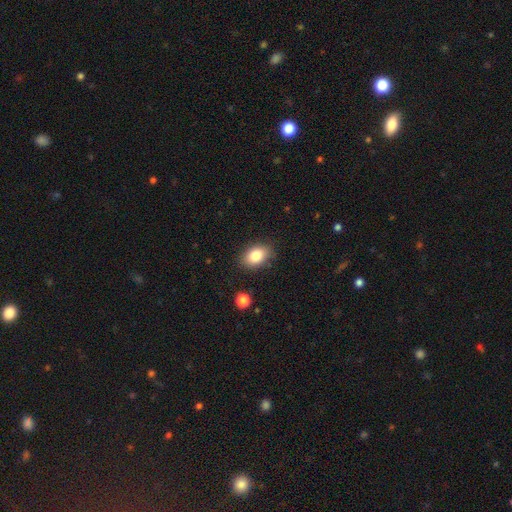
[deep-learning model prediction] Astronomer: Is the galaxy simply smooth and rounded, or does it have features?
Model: smooth — 82%.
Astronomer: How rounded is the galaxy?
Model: in between — 82%.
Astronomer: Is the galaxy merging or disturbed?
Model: none — 84%.